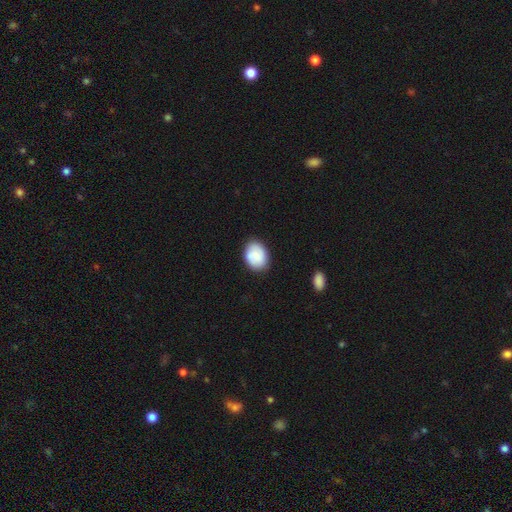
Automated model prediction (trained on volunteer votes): Morphology: type=smooth (73%); roundness=in between (61%); merging=none (83%).